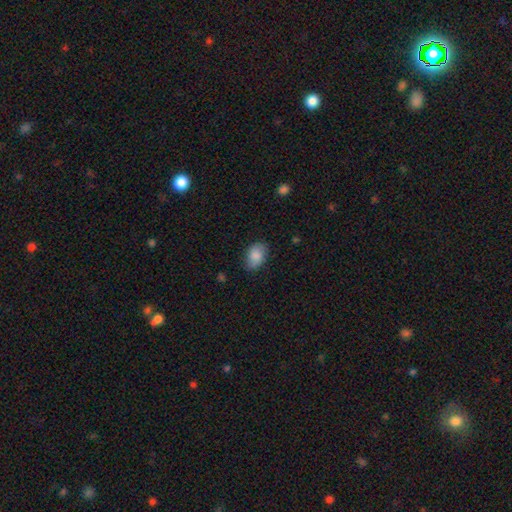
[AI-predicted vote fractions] smooth_or_featured: smooth (p=0.84) [alt: featured or disk p=0.09]
how_rounded: in between (p=0.86) [alt: round p=0.13]
merging: none (p=0.77) [alt: minor disturbance p=0.18]